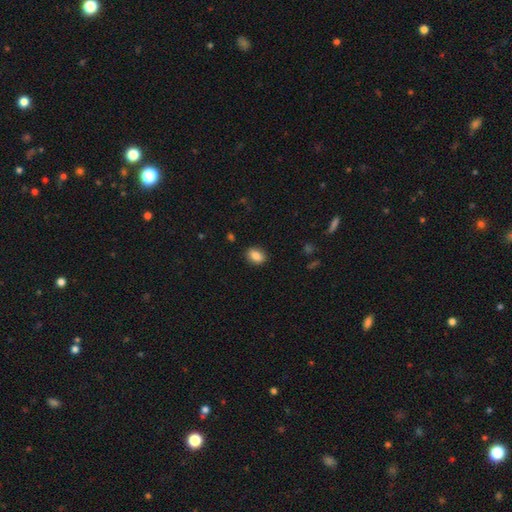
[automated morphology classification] Overall: smooth (87%). How rounded: in between (77%). Merging: none (88%).